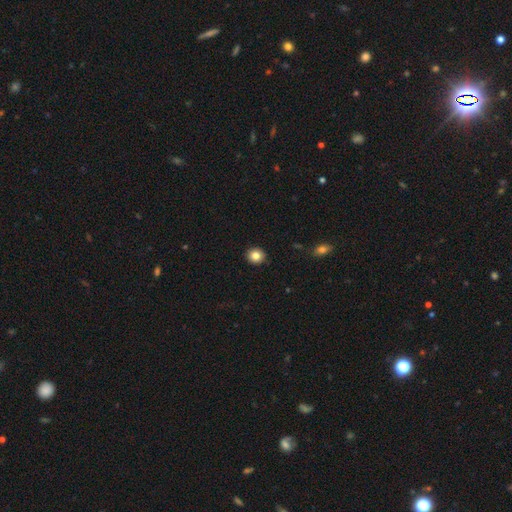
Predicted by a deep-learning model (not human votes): Q: Smooth or featured?
A: smooth (84%); runner-up: star or artifact (10%)
Q: How rounded?
A: round (87%); runner-up: in between (12%)
Q: Merging?
A: none (92%); runner-up: minor disturbance (5%)